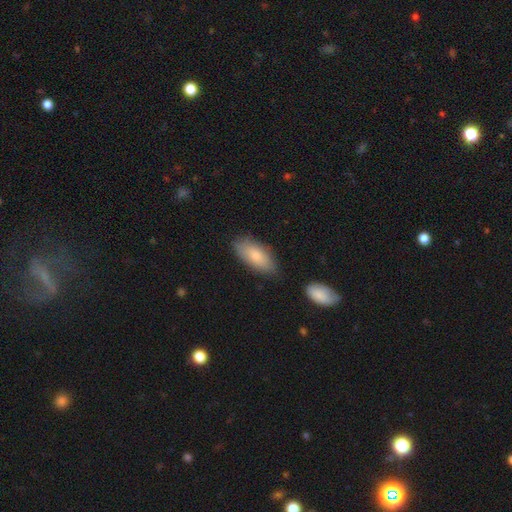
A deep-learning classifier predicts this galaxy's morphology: Overall: smooth (80%). How rounded: in between (87%). Merging: none (78%).